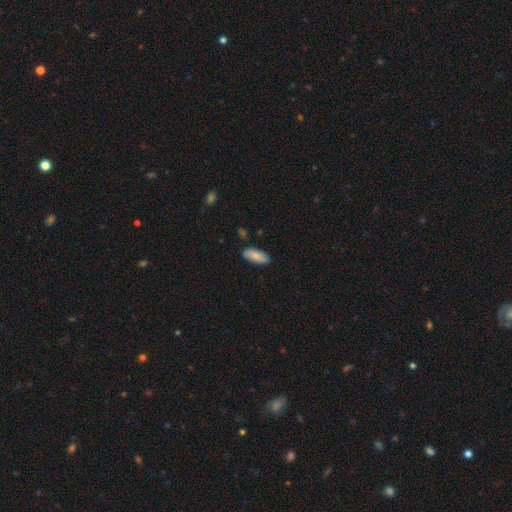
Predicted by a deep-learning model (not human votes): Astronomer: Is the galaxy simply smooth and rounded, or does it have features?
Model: smooth — 83%.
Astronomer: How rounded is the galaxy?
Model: in between — 83%.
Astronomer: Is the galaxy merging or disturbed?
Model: none — 86%.